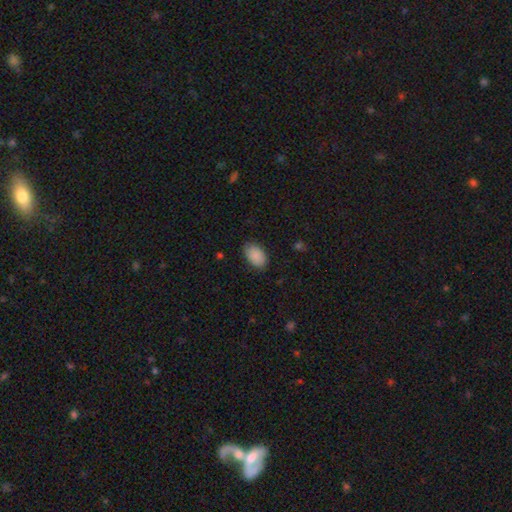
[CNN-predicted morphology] A smooth galaxy with no disk features (90%) that is in between round and cigar-shaped (92%). Merging: none (84%).